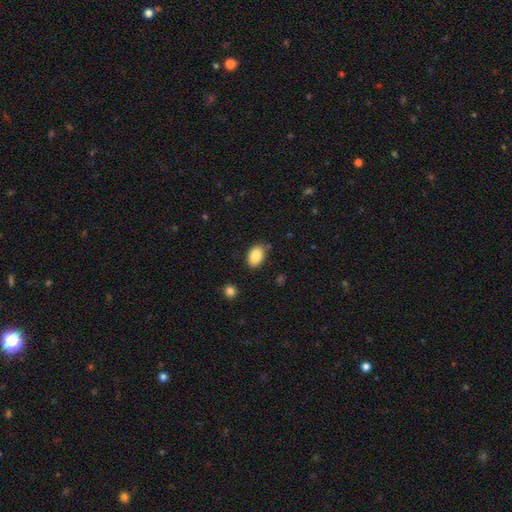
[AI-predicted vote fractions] Q: Smooth or featured?
A: smooth (87%); runner-up: star or artifact (8%)
Q: How rounded?
A: in between (86%); runner-up: round (13%)
Q: Merging?
A: none (80%); runner-up: minor disturbance (14%)